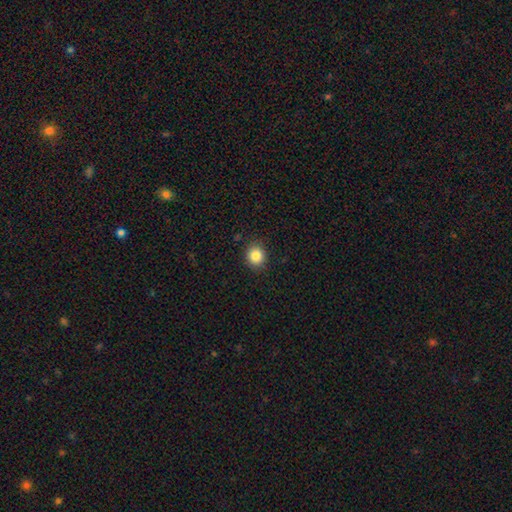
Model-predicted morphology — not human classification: This appears to be a smooth galaxy with no disk features (86%) that is round (81%). Merging: none (88%).